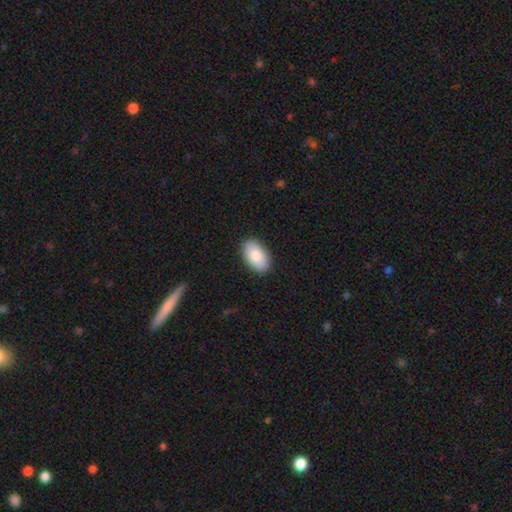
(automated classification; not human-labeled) A smooth galaxy with no disk features (86%) that is in between round and cigar-shaped (94%).

Vote fractions:
- Smooth or featured? smooth: 86% / featured or disk: 9% / star or artifact: 6%
- How rounded? in between: 94% / round: 5% / cigar-shaped: 1%
- Merging? none: 89% / minor disturbance: 8% / major disturbance: 2% / merger: 1%